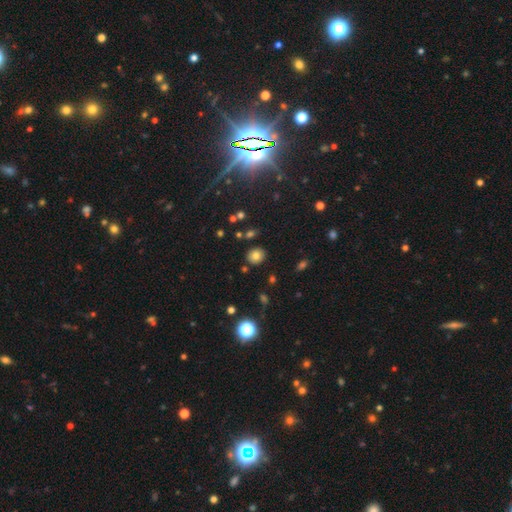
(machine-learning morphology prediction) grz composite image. It shows a smooth galaxy with no disk features (78%) that is round (76%). Merging: none (86%).